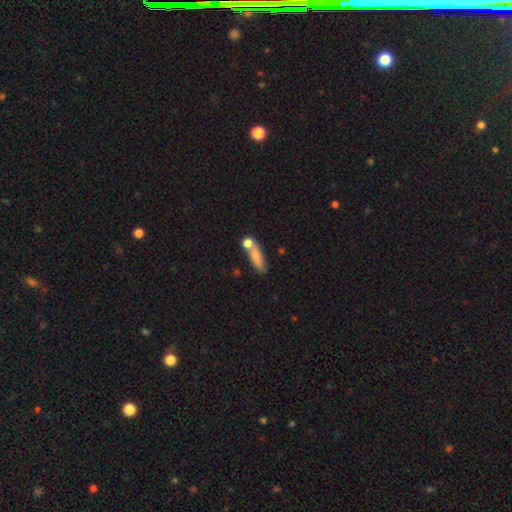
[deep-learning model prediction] smooth_or_featured: smooth (p=0.71) [alt: featured or disk p=0.21]
how_rounded: cigar-shaped (p=0.53) [alt: in between p=0.40]
merging: none (p=0.46) [alt: merger p=0.30]